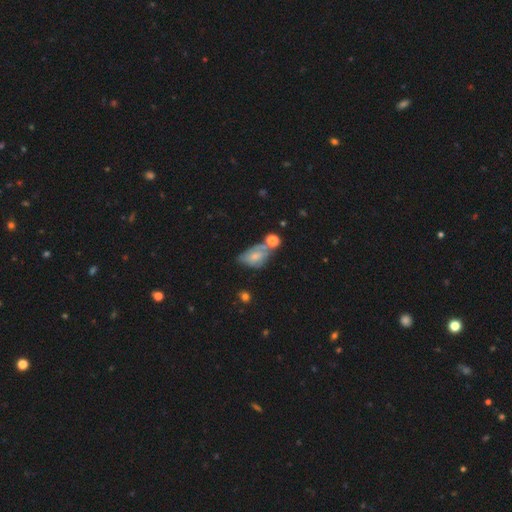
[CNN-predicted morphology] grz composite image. It shows a smooth galaxy with no disk features (56%) that is in between round and cigar-shaped (85%). Merging: none (31%).